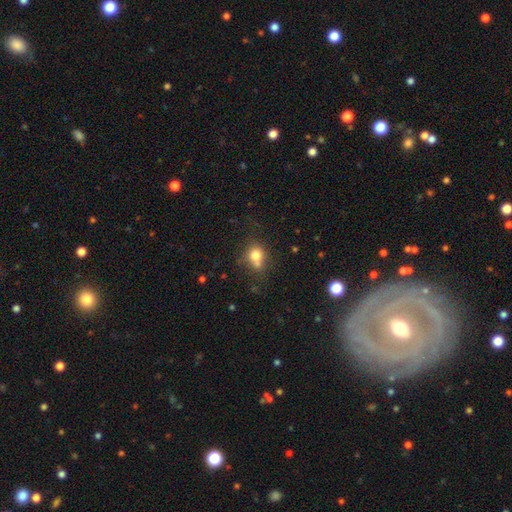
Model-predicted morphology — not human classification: type=smooth (75%); roundness=round (71%); merging=none (50%).